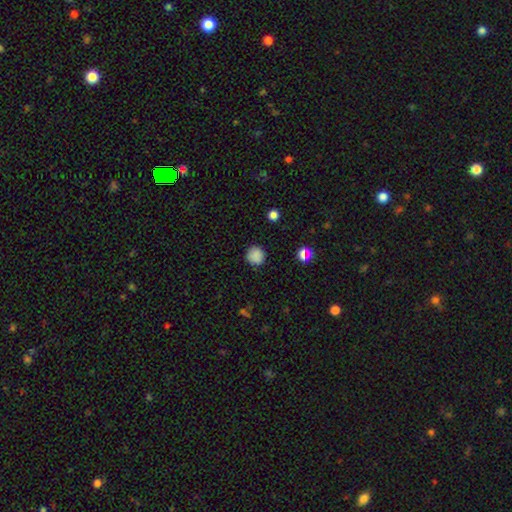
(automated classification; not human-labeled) smooth_or_featured: smooth (p=0.85) [alt: star or artifact p=0.11]
how_rounded: round (p=0.93) [alt: in between p=0.06]
merging: none (p=0.87) [alt: minor disturbance p=0.09]